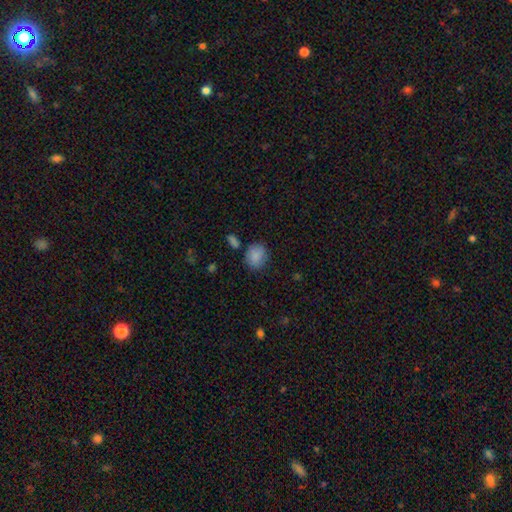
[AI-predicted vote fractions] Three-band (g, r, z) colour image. It shows a smooth galaxy with no disk features (86%) that is round (63%). Merging: none (75%).